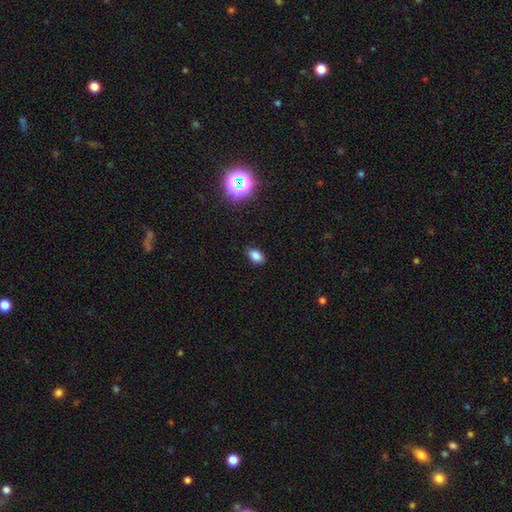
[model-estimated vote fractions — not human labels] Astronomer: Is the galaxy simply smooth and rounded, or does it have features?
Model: smooth — 81%.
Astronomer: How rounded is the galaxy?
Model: in between — 87%.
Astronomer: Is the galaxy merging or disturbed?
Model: none — 85%.